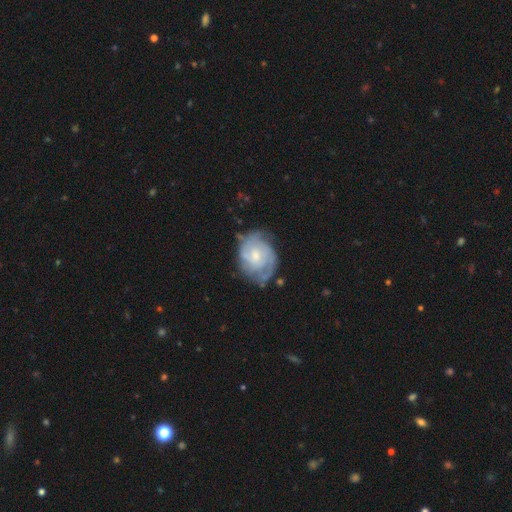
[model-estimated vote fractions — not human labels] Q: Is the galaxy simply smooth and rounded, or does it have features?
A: featured or disk — 75%.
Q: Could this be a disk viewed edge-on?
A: no — 98%.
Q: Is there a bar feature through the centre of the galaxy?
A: no — 61%.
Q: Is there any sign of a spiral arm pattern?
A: yes — 89%.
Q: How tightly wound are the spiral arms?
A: tight — 56%.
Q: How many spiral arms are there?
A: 2 — 39%.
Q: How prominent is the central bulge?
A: moderate — 48%.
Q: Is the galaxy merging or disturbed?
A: none — 59%.